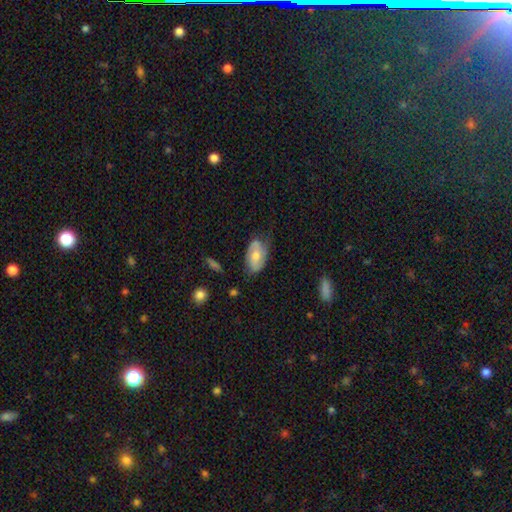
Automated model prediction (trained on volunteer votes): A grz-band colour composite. It shows a smooth galaxy with no disk features (51%) that is in between round and cigar-shaped (92%). Merging: none (60%).